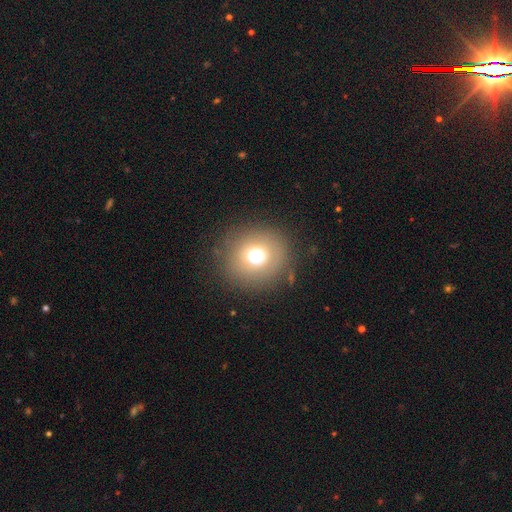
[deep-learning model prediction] smooth_or_featured: smooth (p=0.71) [alt: featured or disk p=0.15]
how_rounded: round (p=0.90) [alt: in between p=0.09]
merging: none (p=0.86) [alt: minor disturbance p=0.08]